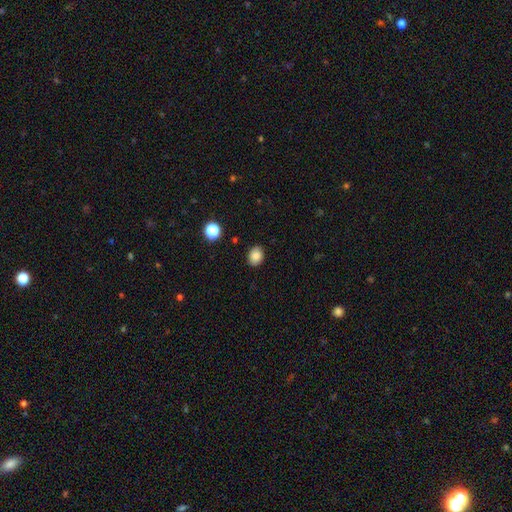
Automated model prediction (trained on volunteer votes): Smooth or featured?
  - smooth: 84% *
  - star or artifact: 10%
  - featured or disk: 5%
How rounded?
  - in between: 52% *
  - round: 47%
  - cigar-shaped: 1%
Merging?
  - none: 87% *
  - minor disturbance: 9%
  - major disturbance: 2%
  - merger: 1%